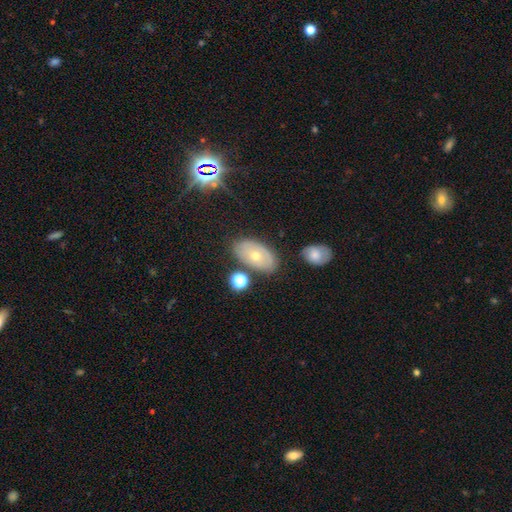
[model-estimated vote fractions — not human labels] Smooth or featured? smooth (43%)
Merging? none (78%)